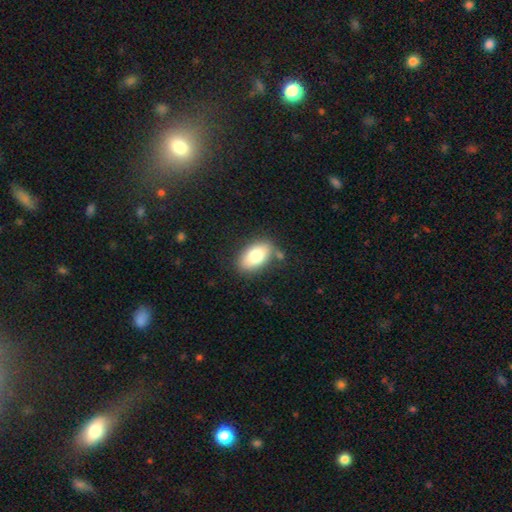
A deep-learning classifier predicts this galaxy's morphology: A smooth galaxy with no disk features (77%) that is in between round and cigar-shaped (92%). Merging: none (77%).